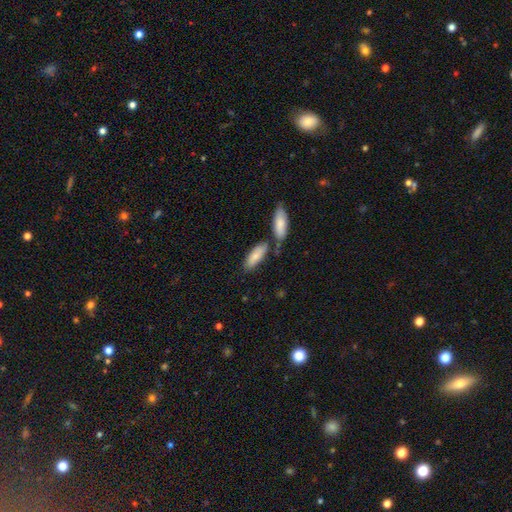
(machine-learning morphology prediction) smooth_or_featured: smooth (p=0.76) [alt: featured or disk p=0.18]
how_rounded: in between (p=0.66) [alt: cigar-shaped p=0.32]
merging: none (p=0.55) [alt: merger p=0.26]